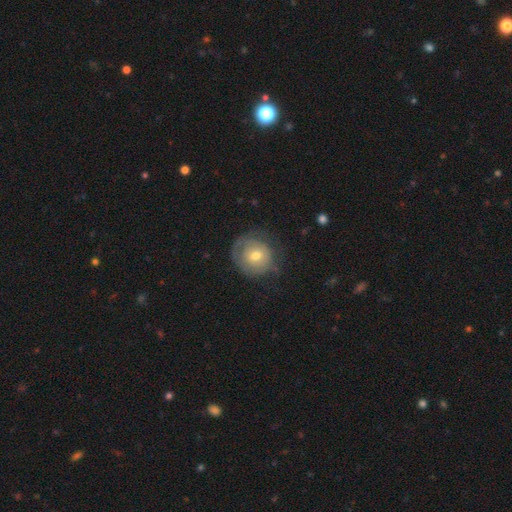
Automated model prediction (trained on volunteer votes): A smooth galaxy with no disk features (53%) that is round (85%).

Vote fractions:
- Smooth or featured? smooth: 53% / featured or disk: 39% / star or artifact: 8%
- How rounded? round: 85% / in between: 14% / cigar-shaped: 1%
- Merging? none: 60% / minor disturbance: 25% / major disturbance: 14% / merger: 2%